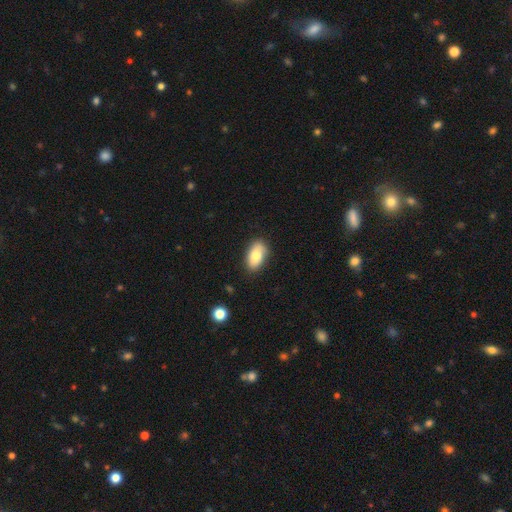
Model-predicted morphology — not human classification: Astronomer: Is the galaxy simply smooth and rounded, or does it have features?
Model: smooth — 82%.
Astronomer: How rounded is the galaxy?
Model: in between — 93%.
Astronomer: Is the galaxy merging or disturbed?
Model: none — 83%.